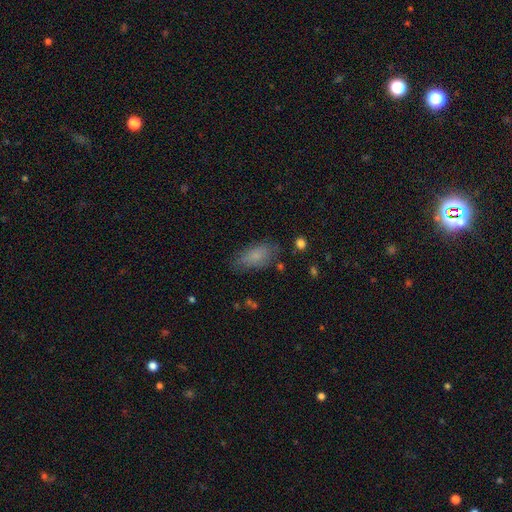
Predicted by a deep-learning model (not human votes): Smooth or featured?
  - smooth: 78% *
  - featured or disk: 13%
  - star or artifact: 9%
How rounded?
  - in between: 87% *
  - cigar-shaped: 9%
  - round: 4%
Merging?
  - none: 71% *
  - minor disturbance: 20%
  - major disturbance: 6%
  - merger: 2%